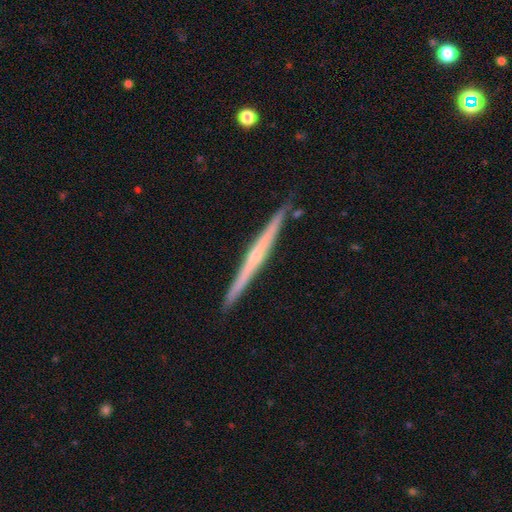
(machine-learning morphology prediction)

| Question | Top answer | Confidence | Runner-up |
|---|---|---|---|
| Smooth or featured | featured or disk | 77% | smooth (18%) |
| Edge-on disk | yes | 98% | no (2%) |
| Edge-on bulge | rounded | 60% | none (34%) |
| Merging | none | 91% | minor disturbance (7%) |